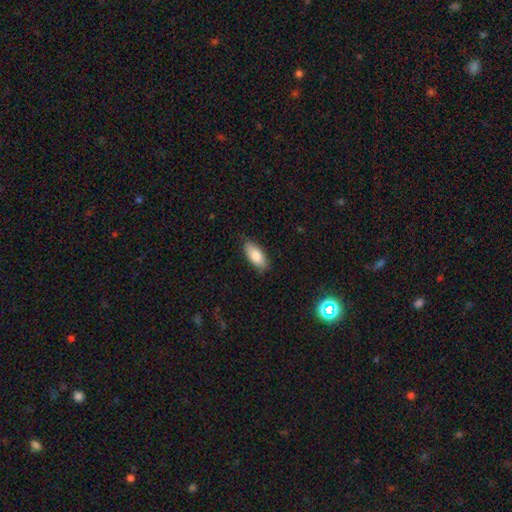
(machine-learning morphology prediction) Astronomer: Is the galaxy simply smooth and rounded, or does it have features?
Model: smooth — 82%.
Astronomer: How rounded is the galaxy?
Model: in between — 86%.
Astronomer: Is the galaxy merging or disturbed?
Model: none — 84%.